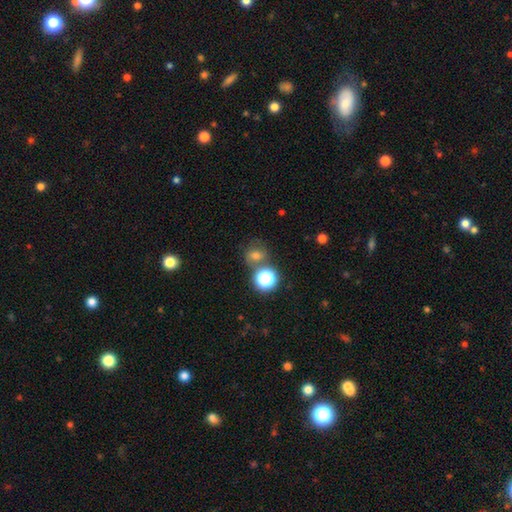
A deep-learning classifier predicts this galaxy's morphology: smooth_or_featured: smooth (p=0.61) [alt: star or artifact p=0.23]
how_rounded: round (p=0.75) [alt: in between p=0.24]
merging: none (p=0.61) [alt: merger p=0.20]